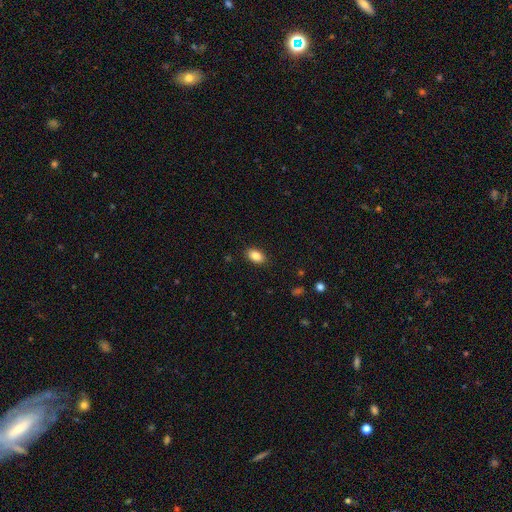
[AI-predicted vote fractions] A smooth galaxy with no disk features (86%) that is in between round and cigar-shaped (89%). Merging: none (88%).